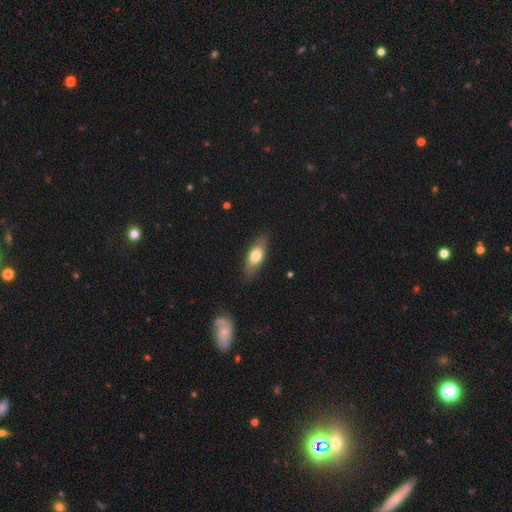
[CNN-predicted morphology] type=smooth (68%); roundness=in between (72%); merging=none (81%).